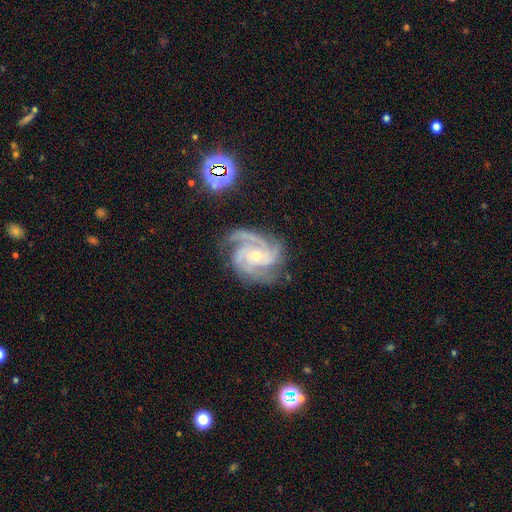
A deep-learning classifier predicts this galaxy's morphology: smooth_or_featured: featured or disk (p=0.92) [alt: star or artifact p=0.05]
disk_edge_on: no (p=0.98) [alt: yes p=0.02]
bar: no (p=0.64) [alt: weak p=0.26]
has_spiral_arms: yes (p=0.99) [alt: no p=0.01]
spiral_winding: tight (p=0.55) [alt: medium p=0.40]
spiral_arm_count: 3 (p=0.59) [alt: 4 p=0.19]
bulge_size: small (p=0.58) [alt: moderate p=0.40]
merging: none (p=0.75) [alt: minor disturbance p=0.17]